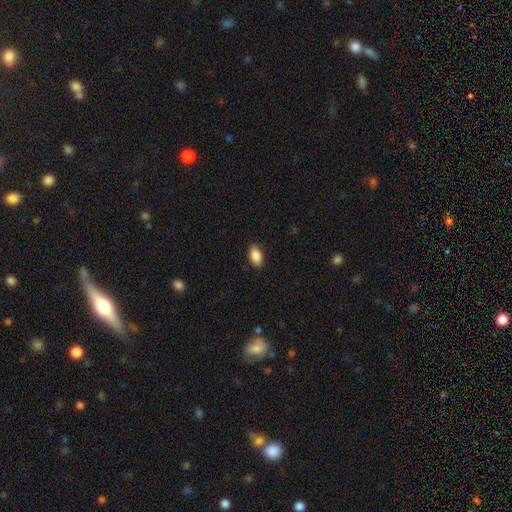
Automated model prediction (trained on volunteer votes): smooth-or-featured: smooth: 87% | star or artifact: 7% | featured or disk: 6%
  how-rounded: in between: 92% | round: 5% | cigar-shaped: 3%
  merging: none: 88% | minor disturbance: 9% | major disturbance: 2% | merger: 1%